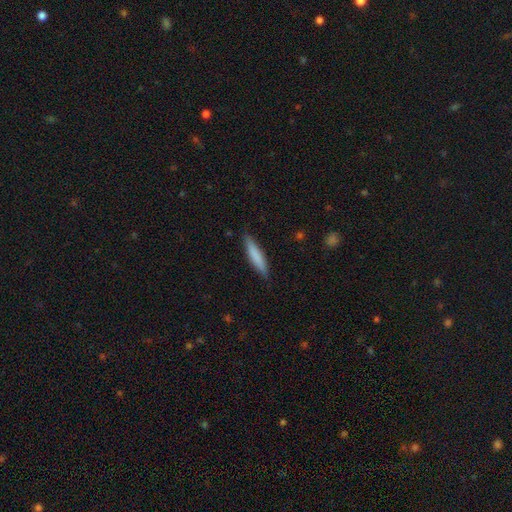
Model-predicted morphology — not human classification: Smooth or featured? Predicted: smooth (p=0.78). How rounded? Predicted: cigar-shaped (p=0.88). Merging? Predicted: none (p=0.87).